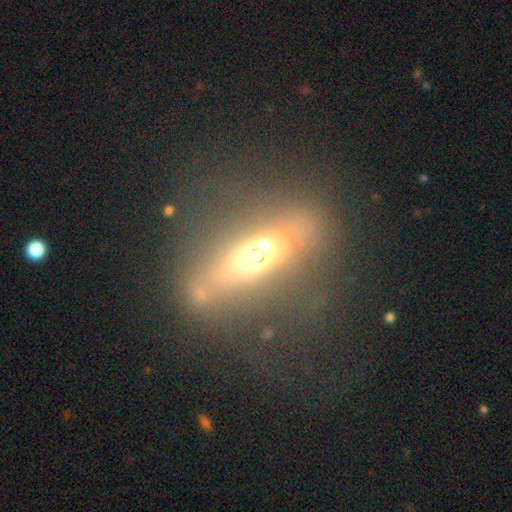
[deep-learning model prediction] Overall: featured or disk (45%; smooth 38%). Merging: none (48%; major disturbance 24%).